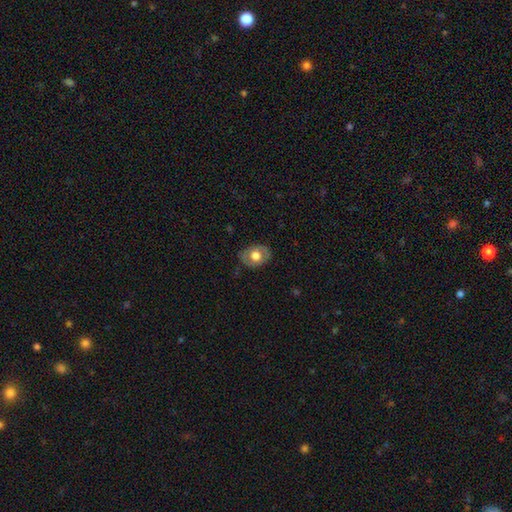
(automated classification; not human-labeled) A smooth galaxy with no disk features (58%) that is in between round and cigar-shaped (62%). Merging: none (78%).